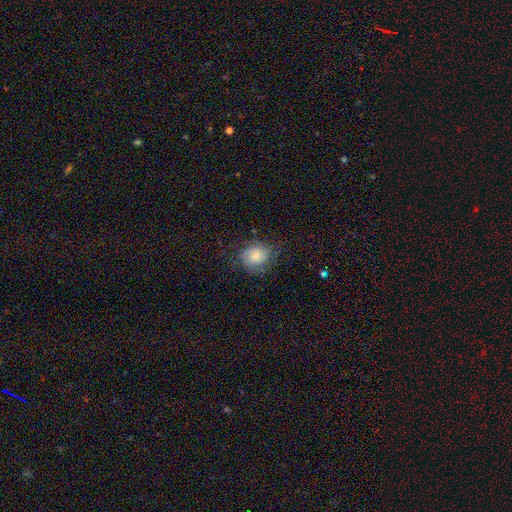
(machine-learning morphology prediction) The model was most divided on "smooth or featured": smooth: 58%, featured or disk: 32%, star or artifact: 10%. More confident: how rounded — round (69%); merging — none (64%).